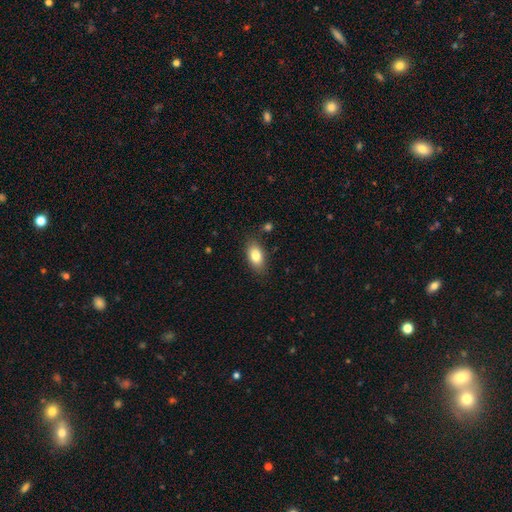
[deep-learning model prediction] Overall: smooth (82%). How rounded: in between (90%). Merging: none (83%).